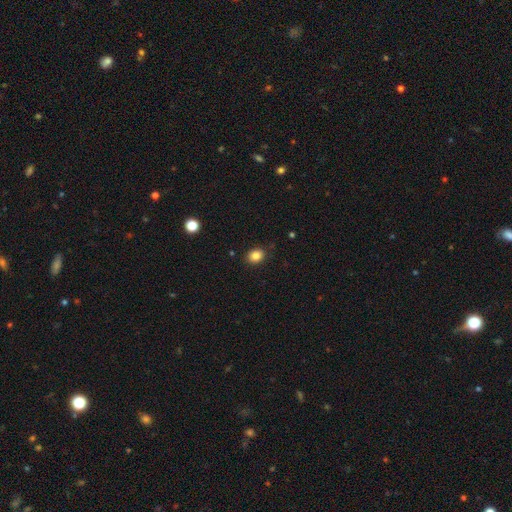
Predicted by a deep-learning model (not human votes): Morphology: type=smooth (85%); roundness=in between (53%); merging=none (87%).